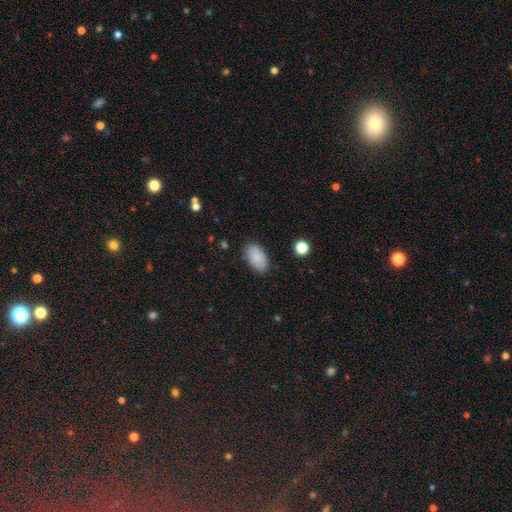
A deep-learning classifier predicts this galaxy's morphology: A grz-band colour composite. It shows a smooth galaxy with no disk features (86%) that is in between round and cigar-shaped (94%). Merging: none (84%).